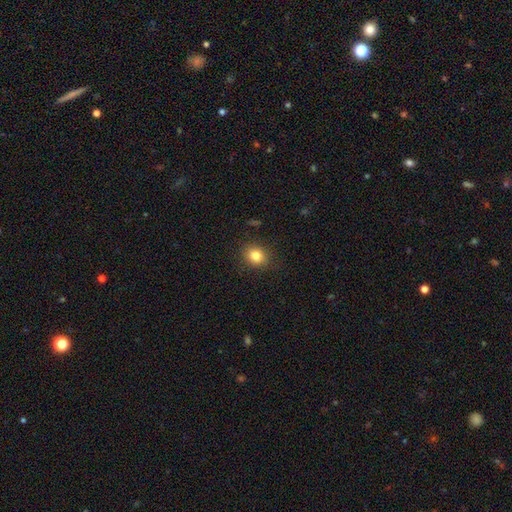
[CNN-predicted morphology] This is clearly a smooth galaxy (82%). How rounded: likely round (69%). Merging: clearly none (87%).